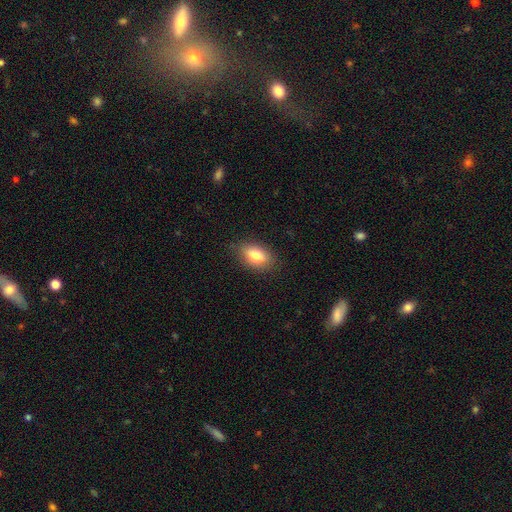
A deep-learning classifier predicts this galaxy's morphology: Smooth or featured? smooth (81%)
How rounded? in between (88%)
Merging? none (82%)